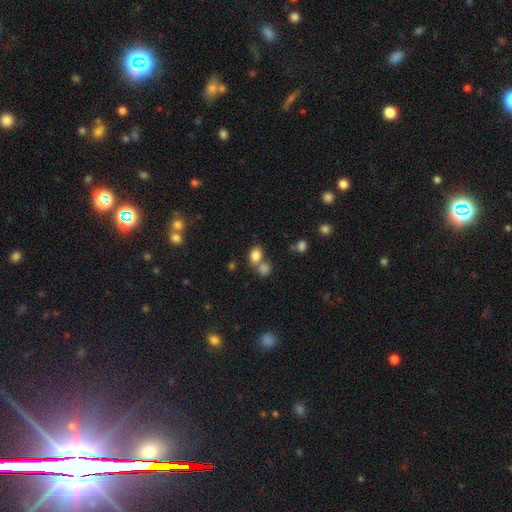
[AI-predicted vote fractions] Overall: smooth (82%). How rounded: in between (63%; round 36%). Merging: none (48%; merger 38%).